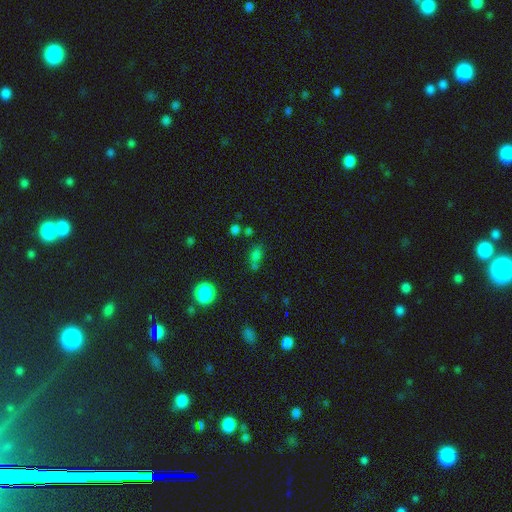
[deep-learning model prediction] A smooth galaxy with no disk features (68%) that is in between round and cigar-shaped (68%).

Vote fractions:
- Smooth or featured? smooth: 68% / star or artifact: 24% / featured or disk: 8%
- How rounded? in between: 68% / round: 23% / cigar-shaped: 9%
- Merging? none: 52% / merger: 24% / minor disturbance: 16% / major disturbance: 8%